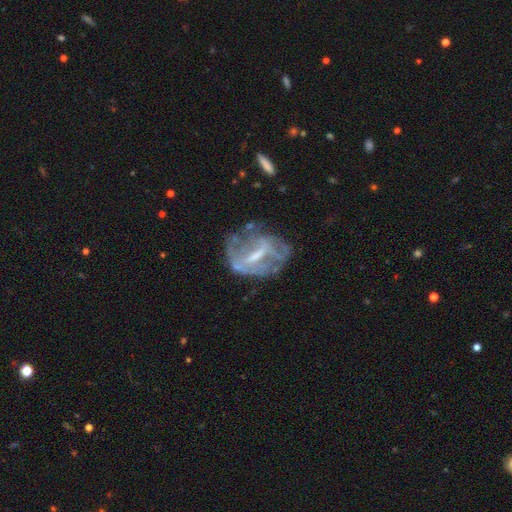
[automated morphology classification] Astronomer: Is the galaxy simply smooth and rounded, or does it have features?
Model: featured or disk — 75%.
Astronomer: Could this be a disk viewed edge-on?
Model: no — 95%.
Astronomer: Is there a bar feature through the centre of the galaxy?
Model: weak — 42% (runner-up: strong, 41%).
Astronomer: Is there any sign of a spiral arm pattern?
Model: yes — 51% (runner-up: no, 49%).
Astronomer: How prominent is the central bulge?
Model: moderate — 37% (runner-up: small, 35%).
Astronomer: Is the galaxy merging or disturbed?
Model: none — 49%.